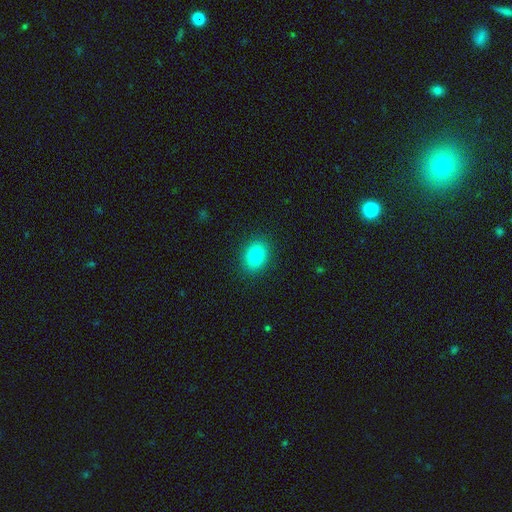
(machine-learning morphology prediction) smooth-or-featured: smooth: 83% | star or artifact: 10% | featured or disk: 8%
  how-rounded: in between: 65% | round: 34% | cigar-shaped: 1%
  merging: none: 89% | minor disturbance: 8% | major disturbance: 2% | merger: 1%